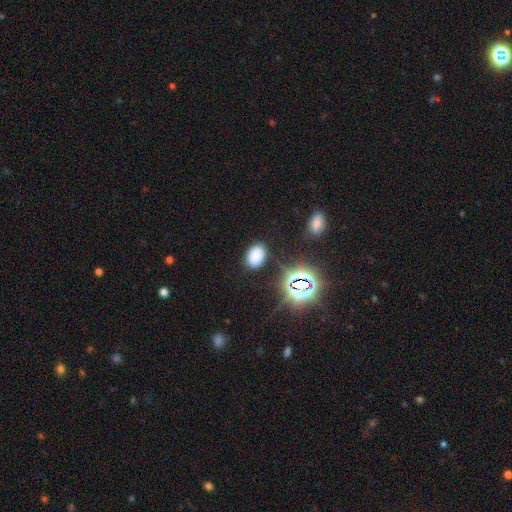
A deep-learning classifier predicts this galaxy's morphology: Smooth or featured? Predicted: smooth (p=0.72). How rounded? Predicted: in between (p=0.82). Merging? Predicted: none (p=0.82).